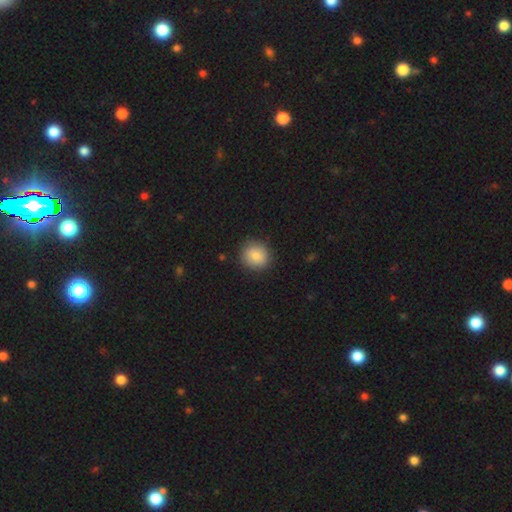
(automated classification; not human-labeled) Smooth or featured? smooth (86%)
How rounded? round (88%)
Merging? none (87%)